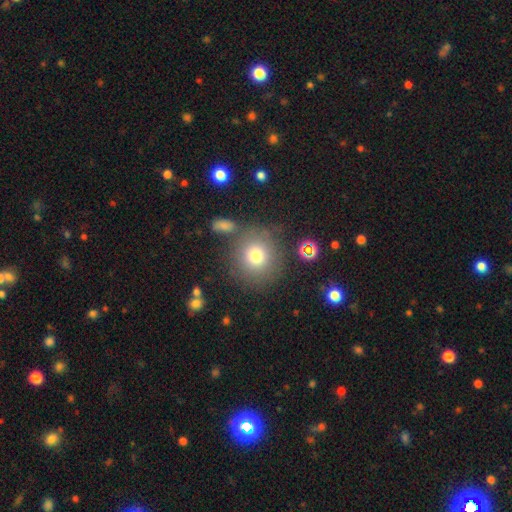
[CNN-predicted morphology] smooth 76%, star or artifact 13%, featured or disk 11%. Down the decision tree: how rounded — round (90%); merging — none (77%).